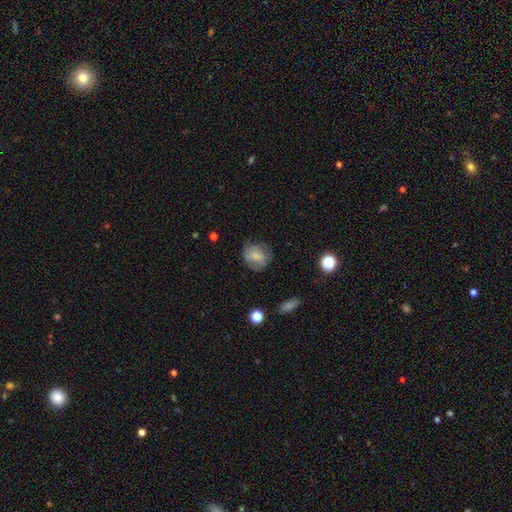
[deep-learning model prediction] This is likely a smooth galaxy (74%). How rounded: likely round (75%). Merging: likely none (70%).